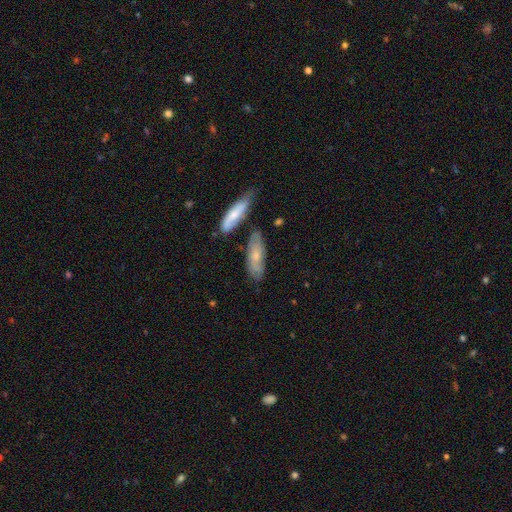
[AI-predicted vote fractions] This is possibly a smooth galaxy (54%). How rounded: likely in between (63%). Merging: likely none (64%).